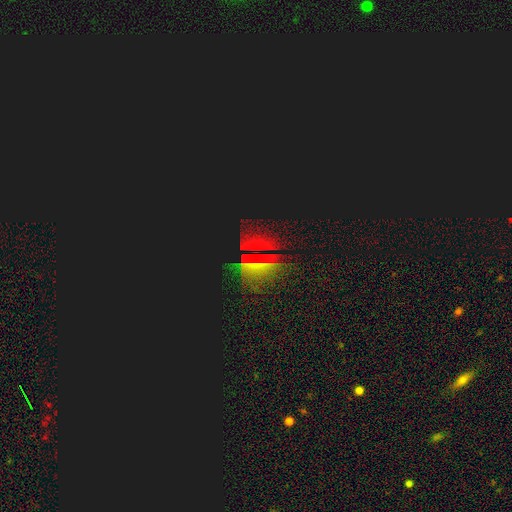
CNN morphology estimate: Q: Smooth or featured?
A: star or artifact (79%); runner-up: smooth (13%)